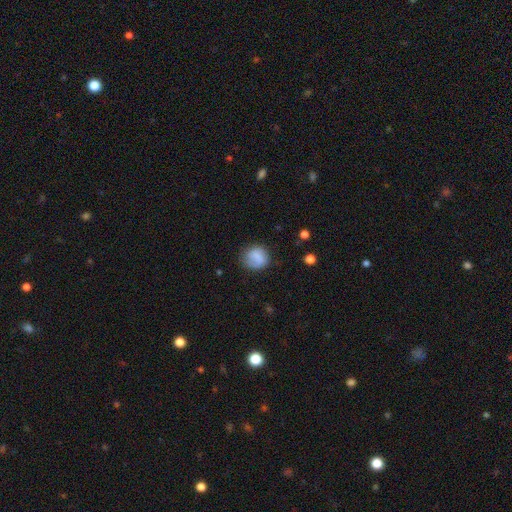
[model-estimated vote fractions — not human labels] A smooth galaxy with no disk features (79%) that is round (80%).

Vote fractions:
- Smooth or featured? smooth: 79% / featured or disk: 13% / star or artifact: 8%
- How rounded? round: 80% / in between: 19% / cigar-shaped: 1%
- Merging? none: 71% / minor disturbance: 20% / major disturbance: 7% / merger: 2%